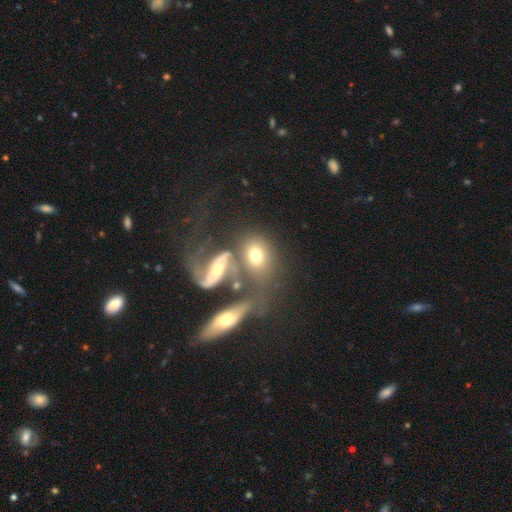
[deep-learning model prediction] This appears to be a smooth galaxy with no disk features (61%) that is in between round and cigar-shaped (68%). Merging: merger (40%).